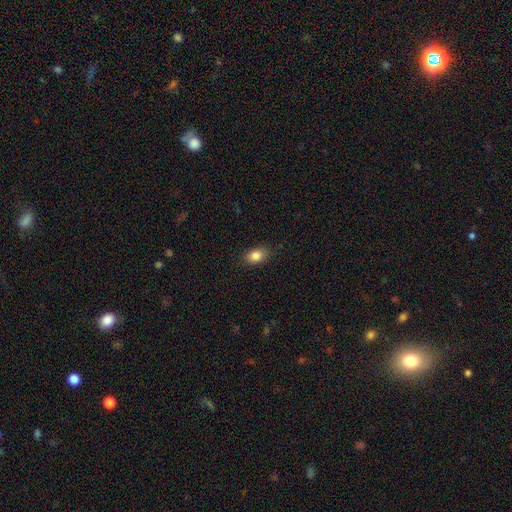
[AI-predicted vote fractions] Smooth or featured: smooth — 85% (star or artifact — 9%)
How rounded: in between — 81% (round — 16%)
Merging: none — 85% (minor disturbance — 11%)